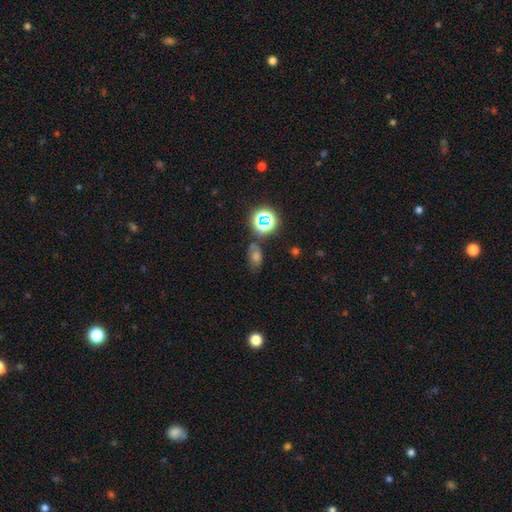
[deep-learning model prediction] Q: Smooth or featured?
A: smooth (44%); runner-up: star or artifact (41%)
Q: Merging?
A: none (73%); runner-up: minor disturbance (14%)